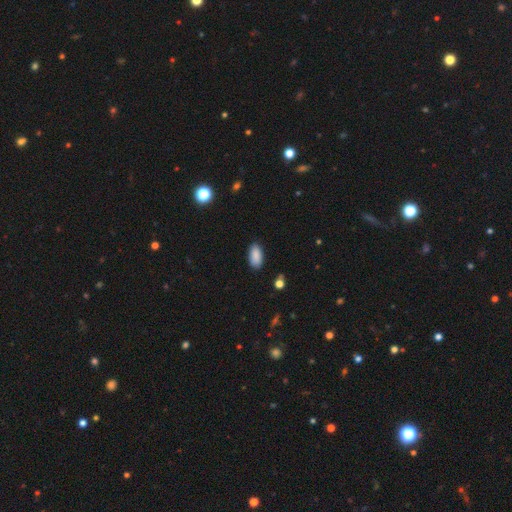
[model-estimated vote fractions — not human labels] A smooth galaxy with no disk features (89%) that is in between round and cigar-shaped (92%).

Vote fractions:
- Smooth or featured? smooth: 89% / star or artifact: 7% / featured or disk: 4%
- How rounded? in between: 92% / cigar-shaped: 6% / round: 2%
- Merging? none: 86% / minor disturbance: 10% / major disturbance: 2% / merger: 1%